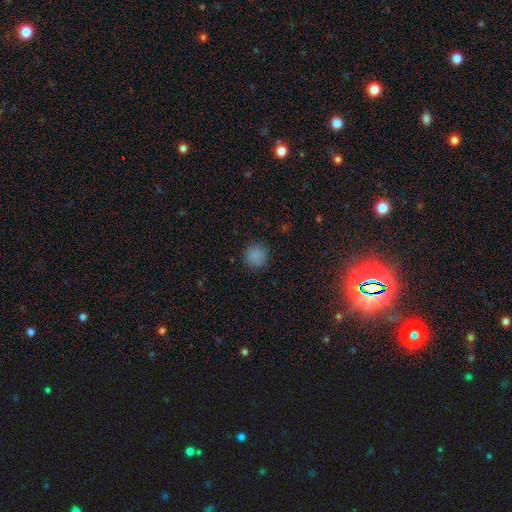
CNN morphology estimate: Q: Smooth or featured?
A: smooth (85%); runner-up: star or artifact (11%)
Q: How rounded?
A: round (93%); runner-up: in between (6%)
Q: Merging?
A: none (89%); runner-up: minor disturbance (8%)